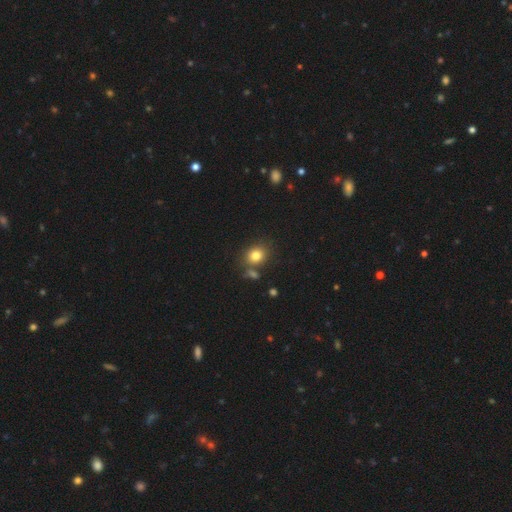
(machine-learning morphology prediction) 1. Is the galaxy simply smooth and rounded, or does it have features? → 81% smooth, 11% star or artifact, 8% featured or disk.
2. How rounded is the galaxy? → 59% round, 40% in between, 1% cigar-shaped.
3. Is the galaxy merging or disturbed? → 70% none, 14% merger, 12% minor disturbance, 4% major disturbance.